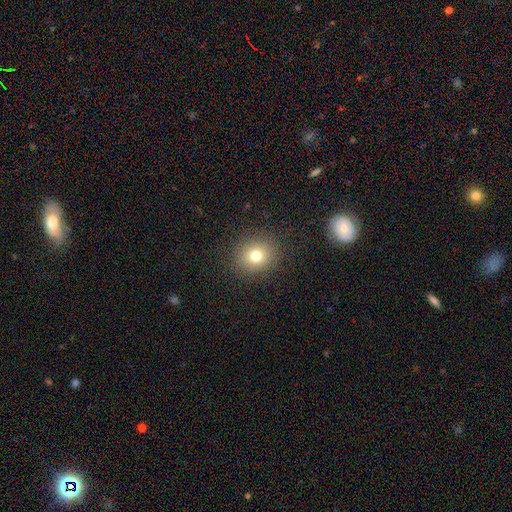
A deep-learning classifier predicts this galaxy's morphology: This is likely a smooth galaxy (76%). How rounded: likely round (77%). Merging: clearly none (88%).